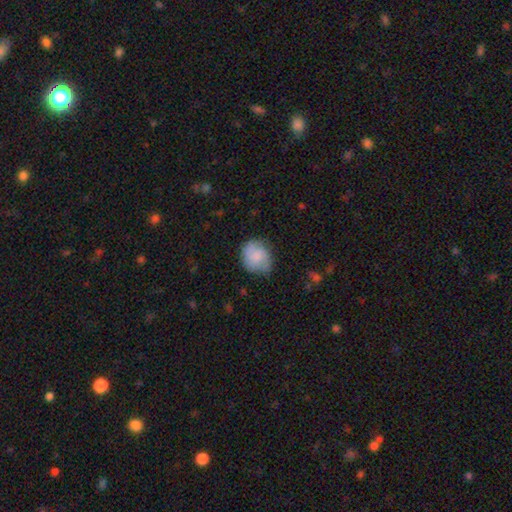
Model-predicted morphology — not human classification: The model was most divided on "how rounded": round: 68%, in between: 31%, cigar-shaped: 1%. More confident: smooth or featured — smooth (68%); merging — none (67%).